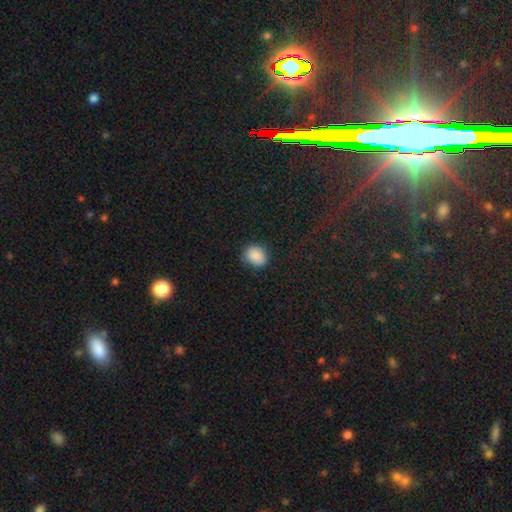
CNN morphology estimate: type=smooth (87%); roundness=round (55%); merging=none (79%).